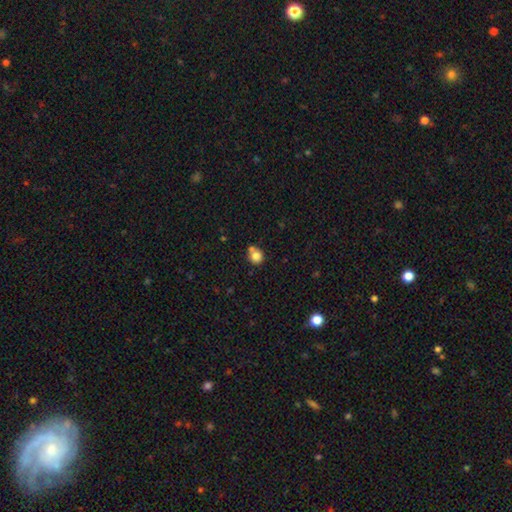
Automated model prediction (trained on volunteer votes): Overall: smooth (81%). How rounded: round (84%). Merging: none (52%; merger 32%).